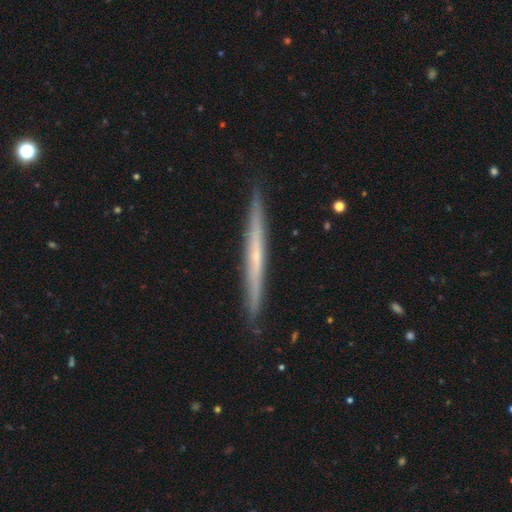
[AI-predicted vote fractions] Smooth or featured? Predicted: featured or disk (p=0.63). Edge-on disk? Predicted: yes (p=0.97). Edge-on bulge? Predicted: none (p=0.76). Merging? Predicted: none (p=0.91).